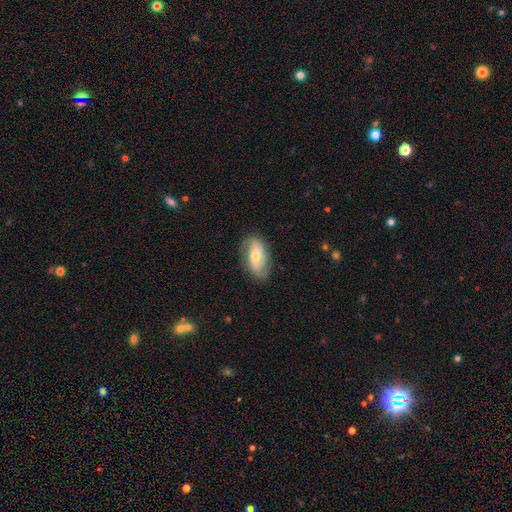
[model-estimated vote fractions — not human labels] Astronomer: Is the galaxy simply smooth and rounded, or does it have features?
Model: featured or disk — 51% (runner-up: smooth, 42%).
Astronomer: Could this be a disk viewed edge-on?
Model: no — 88%.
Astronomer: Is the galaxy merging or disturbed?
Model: none — 75%.